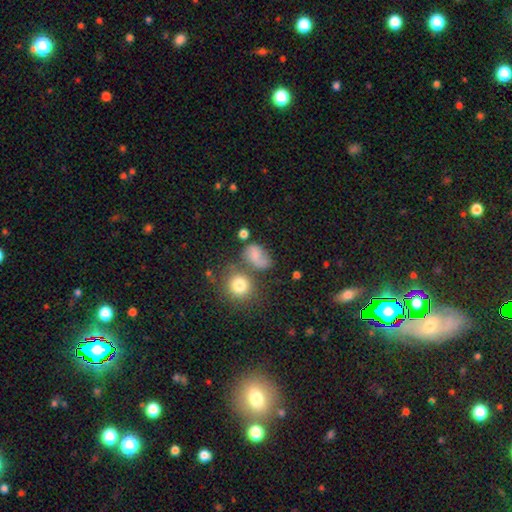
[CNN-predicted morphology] smooth_or_featured: smooth (p=0.63) [alt: featured or disk p=0.22]
how_rounded: in between (p=0.67) [alt: round p=0.31]
merging: none (p=0.45) [alt: minor disturbance p=0.25]